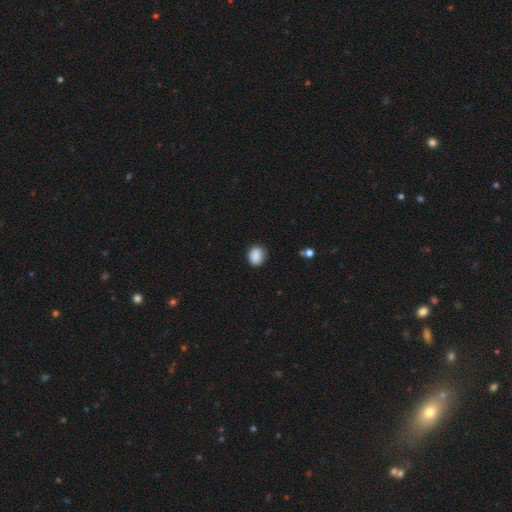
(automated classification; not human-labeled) smooth 88%, star or artifact 9%, featured or disk 3%. Down the decision tree: how rounded — round (61%); merging — none (84%).